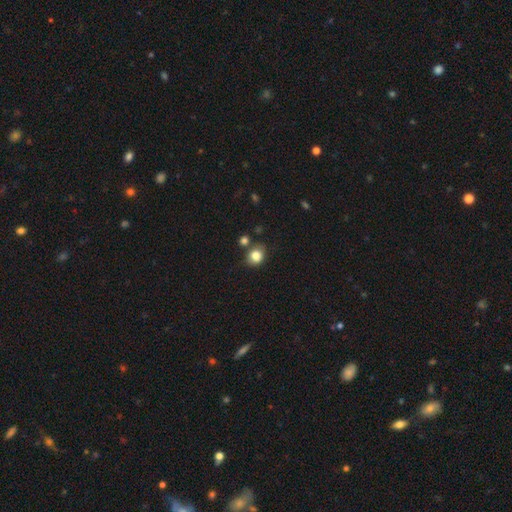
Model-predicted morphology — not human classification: type=smooth (83%); roundness=round (67%); merging=none (67%).